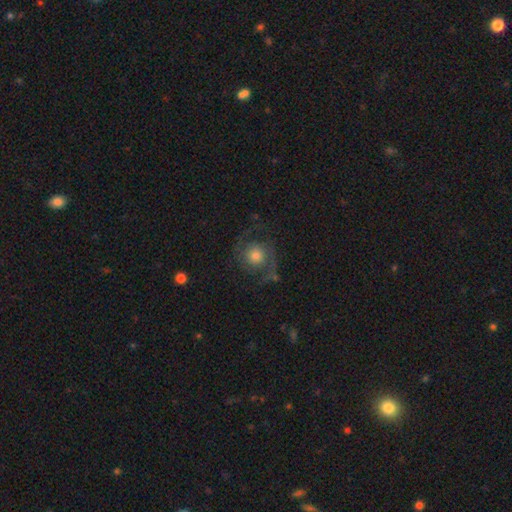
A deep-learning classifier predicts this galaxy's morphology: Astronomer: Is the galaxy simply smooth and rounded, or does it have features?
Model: featured or disk — 65%.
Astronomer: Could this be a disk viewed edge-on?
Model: no — 97%.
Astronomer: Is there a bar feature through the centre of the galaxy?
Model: no — 79%.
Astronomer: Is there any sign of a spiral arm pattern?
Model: yes — 87%.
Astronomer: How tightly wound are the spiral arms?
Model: medium — 48% (runner-up: loose, 31%).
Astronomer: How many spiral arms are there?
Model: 2 — 86%.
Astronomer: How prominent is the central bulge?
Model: moderate — 54%.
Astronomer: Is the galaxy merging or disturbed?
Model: none — 67%.